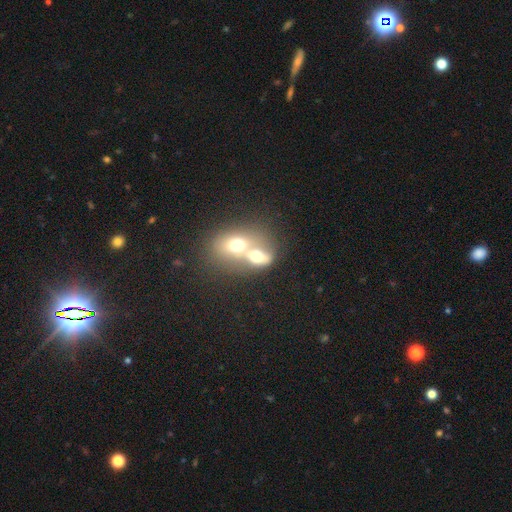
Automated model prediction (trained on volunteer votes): This is possibly a smooth galaxy (58%). How rounded: possibly in between (53%). Merging: likely merger (76%).